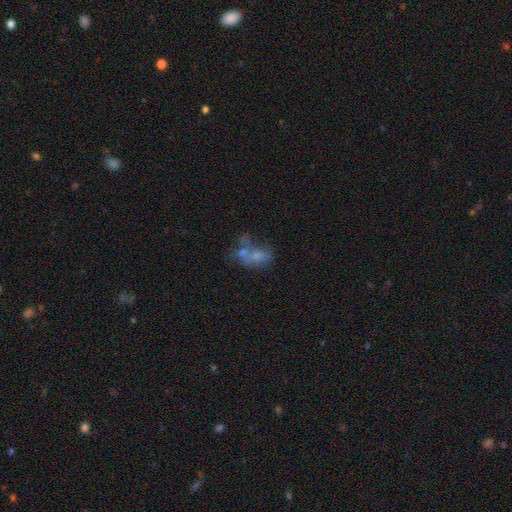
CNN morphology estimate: This is possibly a smooth galaxy (46%). Merging: possibly merger (47%).